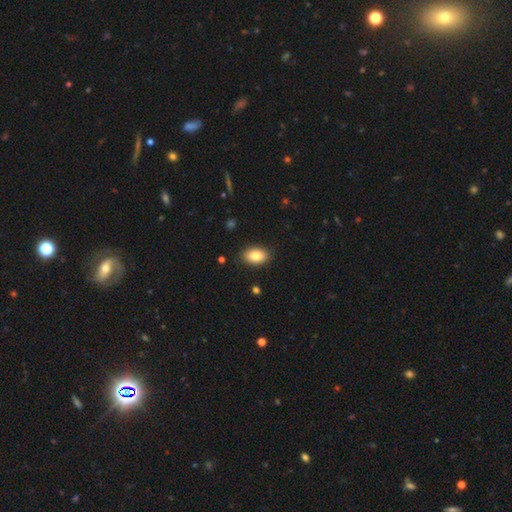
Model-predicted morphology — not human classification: Smooth or featured: smooth — 85% (featured or disk — 8%)
How rounded: in between — 91% (round — 8%)
Merging: none — 88% (minor disturbance — 8%)